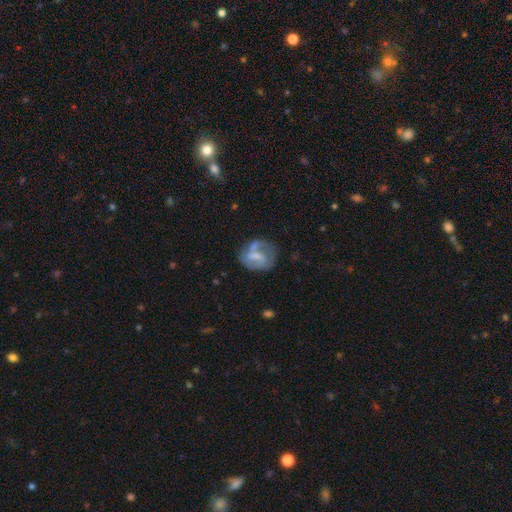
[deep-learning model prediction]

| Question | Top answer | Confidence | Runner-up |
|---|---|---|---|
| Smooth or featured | featured or disk | 55% | smooth (37%) |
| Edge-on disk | no | 97% | yes (3%) |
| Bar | weak | 43% | no (30%) |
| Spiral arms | yes | 60% | no (40%) |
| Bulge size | none | 40% | small (27%) |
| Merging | none | 46% | minor disturbance (24%) |